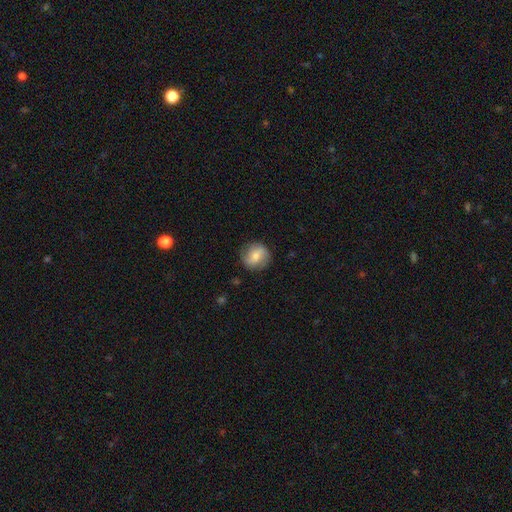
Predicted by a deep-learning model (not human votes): Morphology: type=smooth (54%); roundness=round (87%); merging=none (83%).